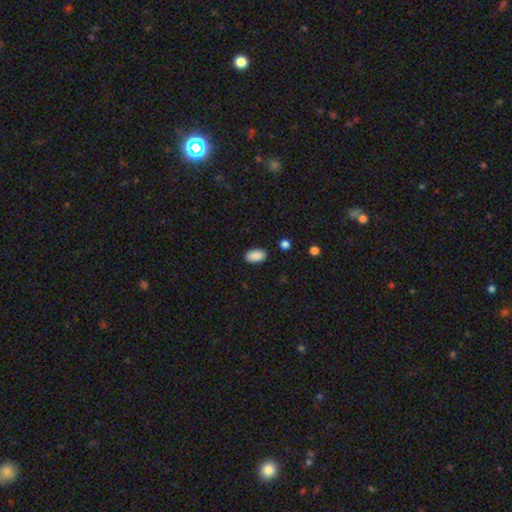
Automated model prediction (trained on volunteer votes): Morphology: type=smooth (89%); roundness=in between (94%); merging=none (88%).